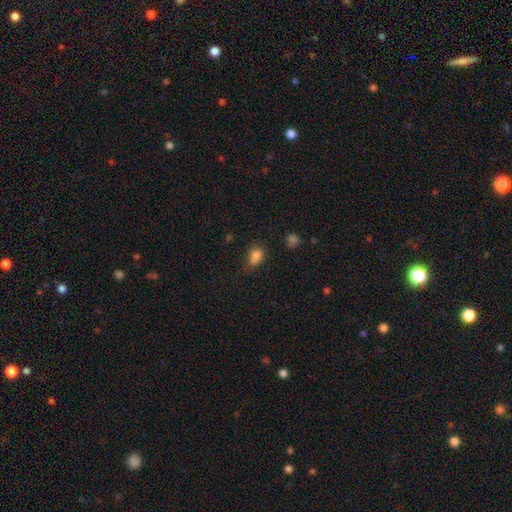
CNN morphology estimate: smooth-or-featured: smooth: 79% | star or artifact: 13% | featured or disk: 8%
  how-rounded: in between: 51% | round: 47% | cigar-shaped: 2%
  merging: none: 45% | minor disturbance: 27% | merger: 18% | major disturbance: 10%